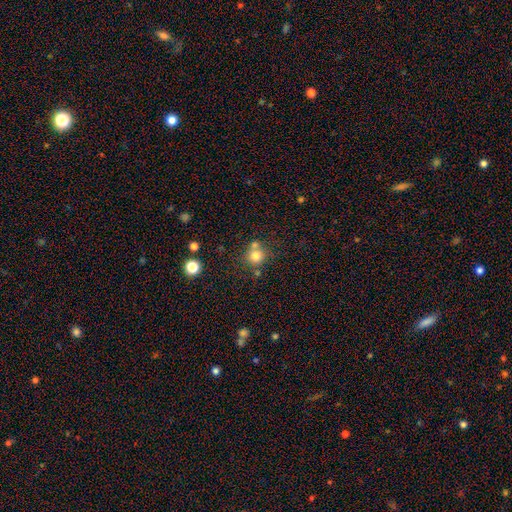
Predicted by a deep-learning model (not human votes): A smooth galaxy with no disk features (77%) that is round (91%).

Vote fractions:
- Smooth or featured? smooth: 77% / star or artifact: 13% / featured or disk: 10%
- How rounded? round: 91% / in between: 8% / cigar-shaped: 1%
- Merging? none: 63% / merger: 25% / minor disturbance: 9% / major disturbance: 3%